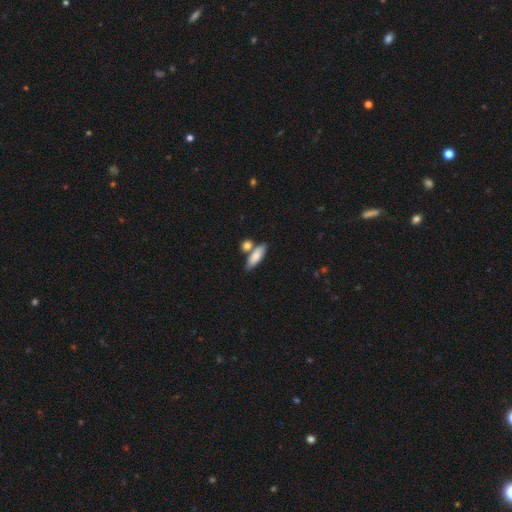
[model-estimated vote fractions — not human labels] smooth_or_featured: smooth (p=0.81) [alt: featured or disk p=0.13]
how_rounded: in between (p=0.61) [alt: cigar-shaped p=0.35]
merging: none (p=0.56) [alt: merger p=0.27]